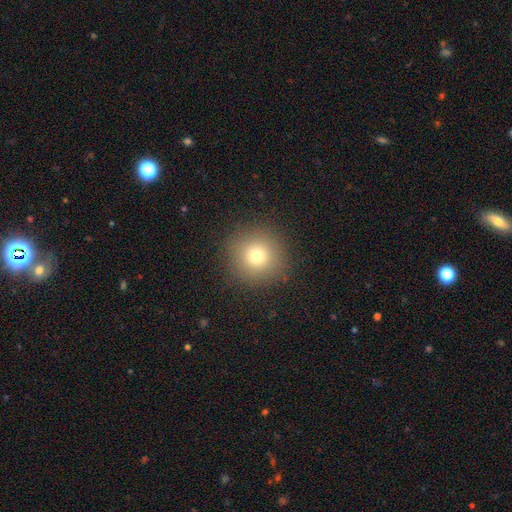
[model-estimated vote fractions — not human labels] This is likely a smooth galaxy (74%). How rounded: clearly round (95%). Merging: clearly none (91%).